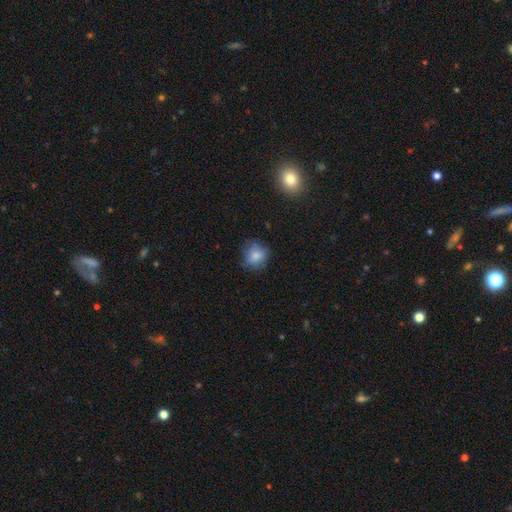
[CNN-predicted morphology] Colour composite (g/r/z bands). It shows a smooth galaxy with no disk features (80%) that is round (75%). Merging: none (71%).